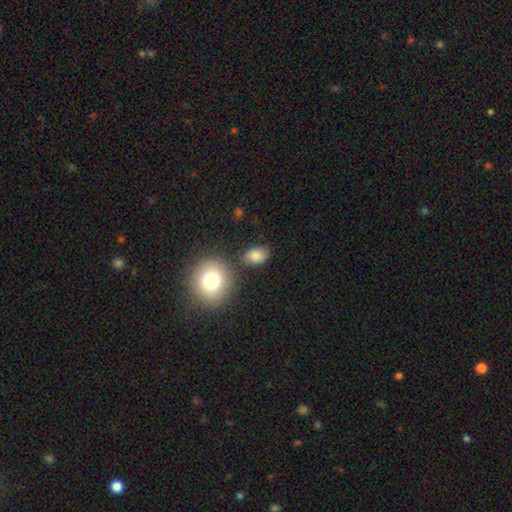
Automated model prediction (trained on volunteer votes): This is likely a smooth galaxy (80%). How rounded: likely in between (78%). Merging: likely none (76%).